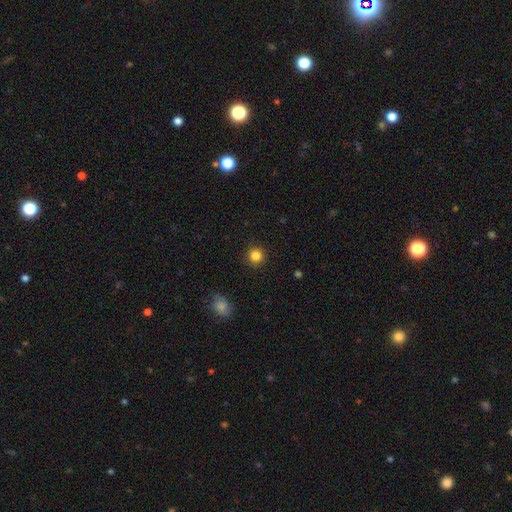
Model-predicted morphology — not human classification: smooth-or-featured: smooth: 85% | star or artifact: 11% | featured or disk: 4%
  how-rounded: round: 94% | in between: 6% | cigar-shaped: 1%
  merging: none: 91% | minor disturbance: 6% | major disturbance: 2% | merger: 1%